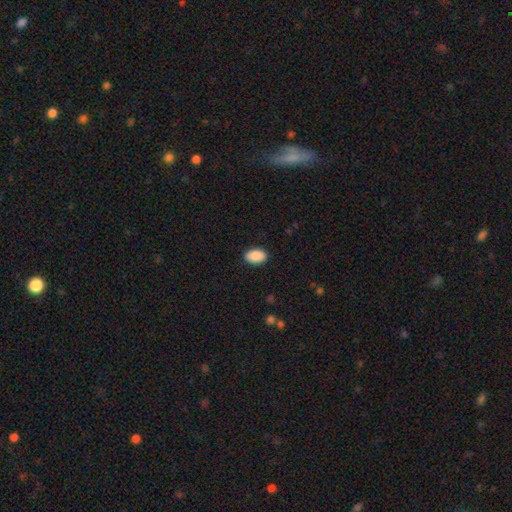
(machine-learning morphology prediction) Smooth or featured? Predicted: smooth (p=0.90). How rounded? Predicted: in between (p=0.91). Merging? Predicted: none (p=0.88).